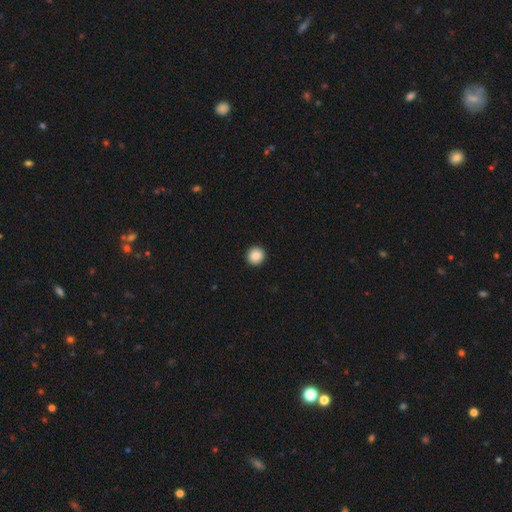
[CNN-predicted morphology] A smooth galaxy with no disk features (89%) that is round (92%). Merging: none (93%).